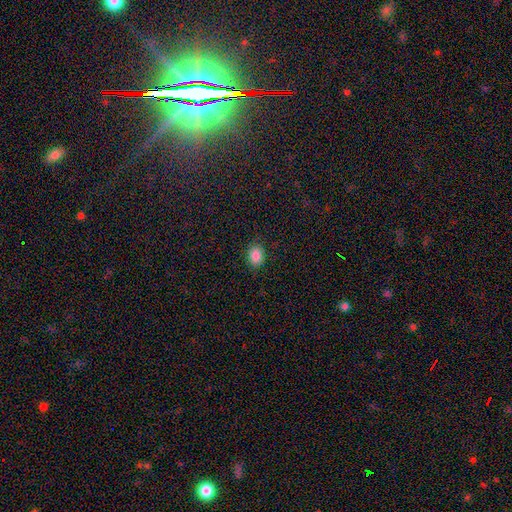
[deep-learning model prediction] Smooth or featured?
  - smooth: 87% *
  - star or artifact: 9%
  - featured or disk: 4%
How rounded?
  - in between: 70% *
  - round: 29%
  - cigar-shaped: 1%
Merging?
  - none: 86% *
  - minor disturbance: 10%
  - major disturbance: 3%
  - merger: 1%